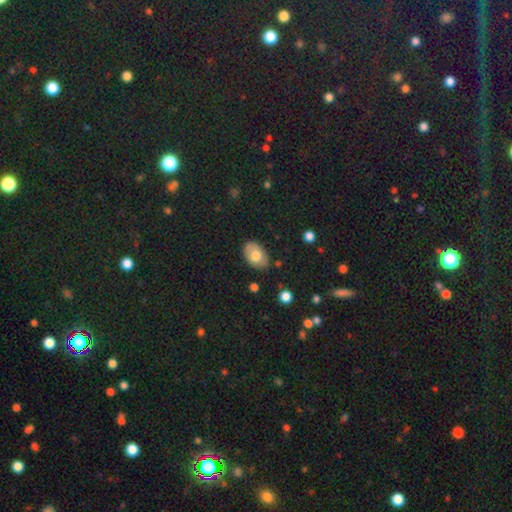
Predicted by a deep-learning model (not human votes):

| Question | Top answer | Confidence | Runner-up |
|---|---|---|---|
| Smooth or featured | smooth | 68% | featured or disk (24%) |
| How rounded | in between | 83% | round (16%) |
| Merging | none | 79% | minor disturbance (16%) |